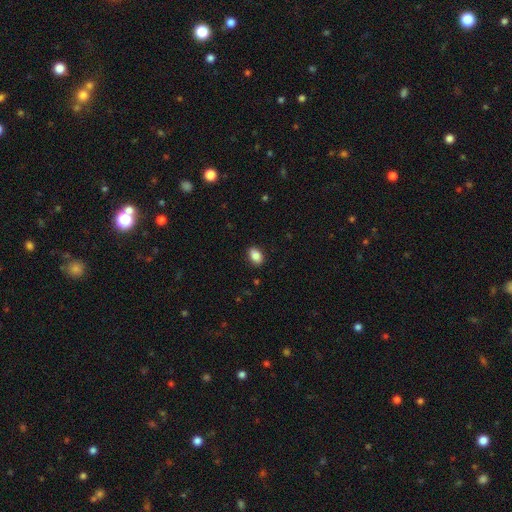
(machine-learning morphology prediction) smooth 87%, star or artifact 8%, featured or disk 5%. Down the decision tree: how rounded — in between (85%); merging — none (89%).